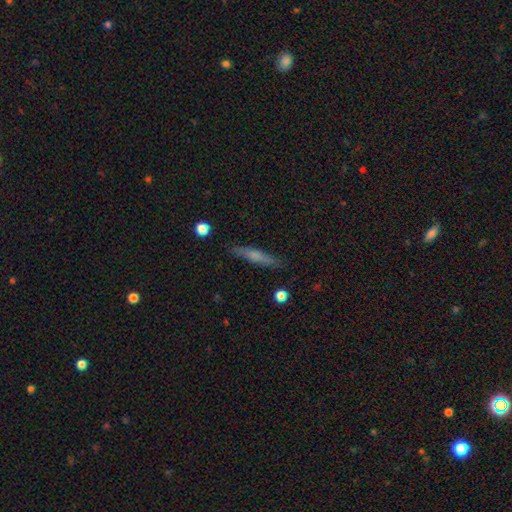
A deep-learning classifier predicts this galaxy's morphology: A smooth galaxy with no disk features (54%) that is cigar-shaped (89%).

Vote fractions:
- Smooth or featured? smooth: 54% / featured or disk: 38% / star or artifact: 8%
- How rounded? cigar-shaped: 89% / in between: 9% / round: 2%
- Merging? none: 87% / minor disturbance: 9% / major disturbance: 2% / merger: 2%